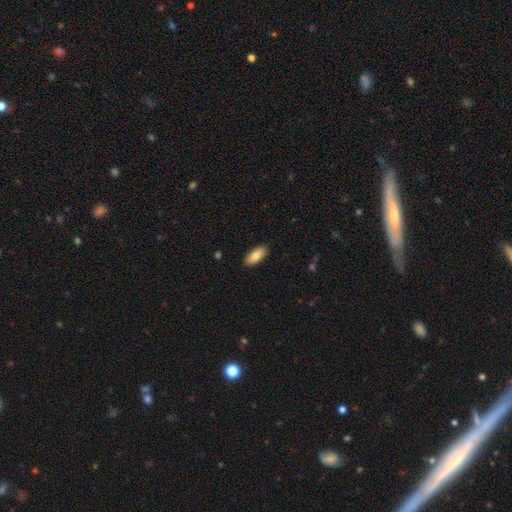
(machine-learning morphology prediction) The model was most divided on "smooth or featured": smooth: 81%, featured or disk: 13%, star or artifact: 6%. More confident: merging — none (90%); how rounded — in between (87%).